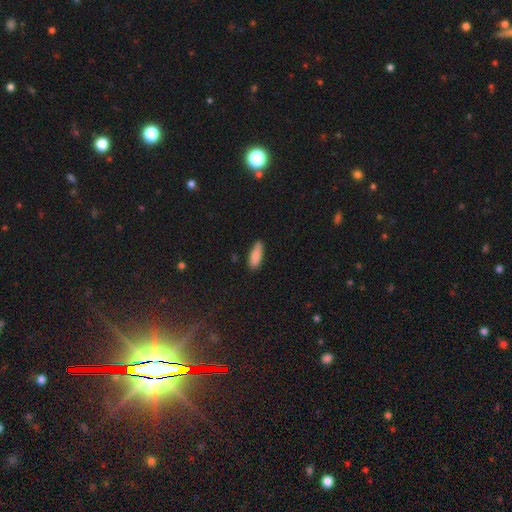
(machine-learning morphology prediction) Smooth or featured? smooth (86%)
How rounded? in between (62%)
Merging? none (78%)